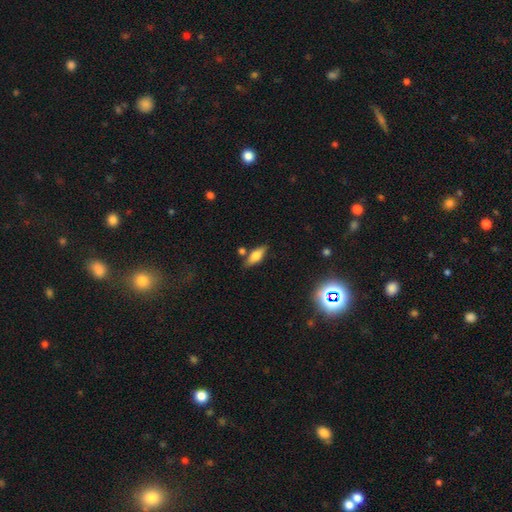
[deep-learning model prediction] Q: Smooth or featured?
A: smooth (61%); runner-up: featured or disk (30%)
Q: How rounded?
A: in between (67%); runner-up: cigar-shaped (30%)
Q: Merging?
A: none (76%); runner-up: minor disturbance (14%)